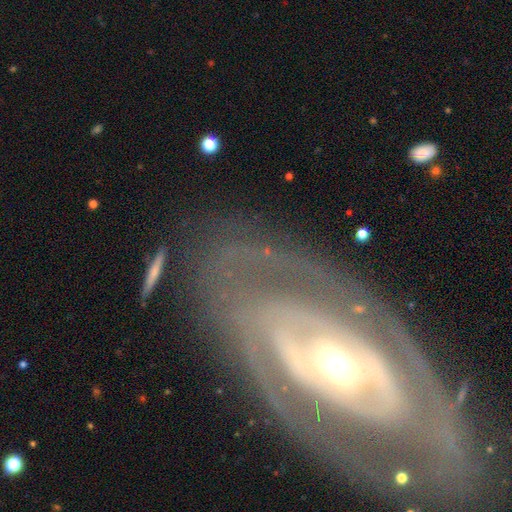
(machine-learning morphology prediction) smooth_or_featured: featured or disk (p=0.82) [alt: smooth p=0.12]
disk_edge_on: no (p=0.90) [alt: yes p=0.10]
bar: no (p=0.42) [alt: strong p=0.30]
has_spiral_arms: yes (p=0.71) [alt: no p=0.29]
spiral_winding: tight (p=0.65) [alt: medium p=0.25]
spiral_arm_count: 2 (p=0.37) [tied with: can't tell p=0.37]
bulge_size: moderate (p=0.64) [alt: small p=0.21]
merging: none (p=0.73) [alt: minor disturbance p=0.15]